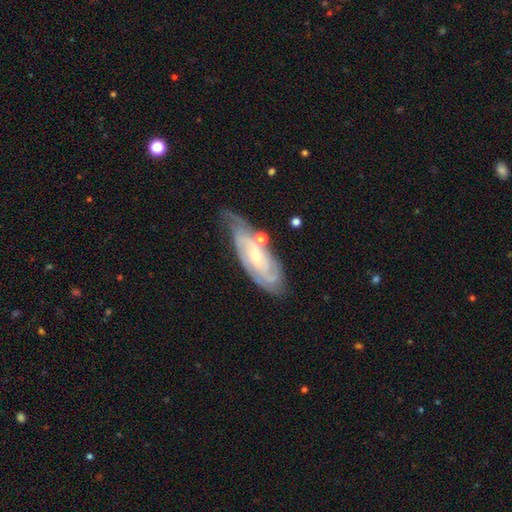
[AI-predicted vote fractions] This appears to be a featured or disk galaxy (84%) with no bar (61%), tight (68%) spiral arms (95%) and a small central bulge (66%). Merging: none (64%).